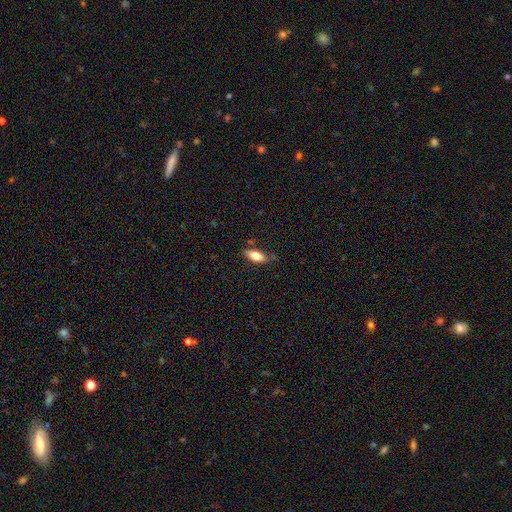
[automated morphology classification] smooth-or-featured: smooth: 76% | featured or disk: 17% | star or artifact: 7%
  how-rounded: in between: 81% | cigar-shaped: 16% | round: 3%
  merging: none: 67% | minor disturbance: 24% | major disturbance: 6% | merger: 4%